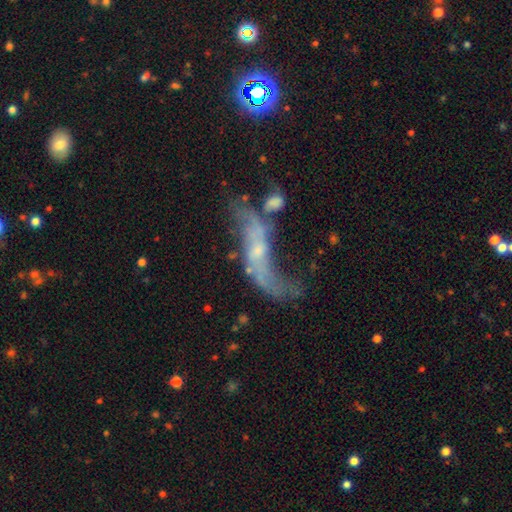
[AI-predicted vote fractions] The model was most divided on "merging": merger: 30%, none: 28%, major disturbance: 23%, minor disturbance: 18%. Remaining: edge-on disk — no (78%); smooth or featured — featured or disk (70%); spiral arms — yes (67%); bar — no (56%); bulge size — small (48%).